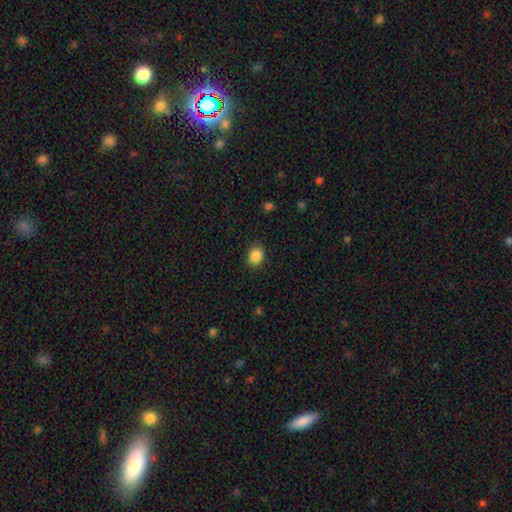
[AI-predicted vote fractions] Overall: smooth (87%). How rounded: round (58%; in between 42%). Merging: none (87%).